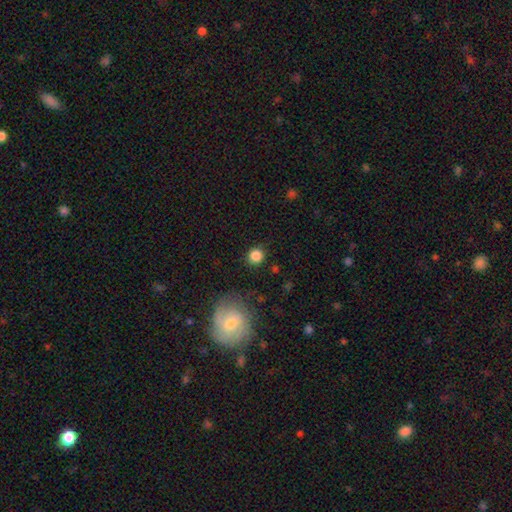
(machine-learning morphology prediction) A smooth galaxy with no disk features (85%) that is round (89%).

Vote fractions:
- Smooth or featured? smooth: 85% / star or artifact: 10% / featured or disk: 5%
- How rounded? round: 89% / in between: 10% / cigar-shaped: 1%
- Merging? none: 87% / minor disturbance: 8% / major disturbance: 3% / merger: 2%